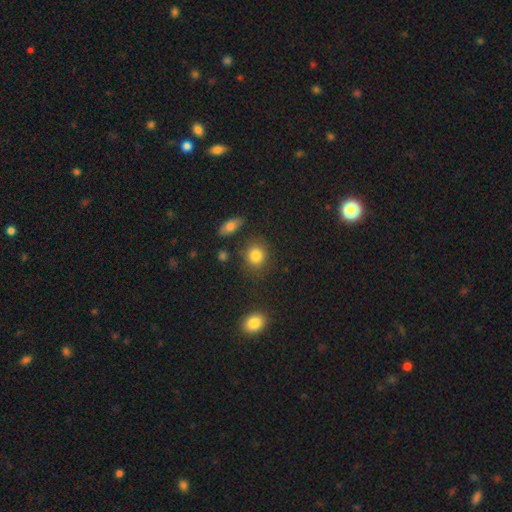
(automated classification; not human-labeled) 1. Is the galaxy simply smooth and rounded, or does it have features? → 84% smooth, 10% star or artifact, 6% featured or disk.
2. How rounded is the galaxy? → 74% round, 24% in between, 1% cigar-shaped.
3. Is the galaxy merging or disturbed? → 79% none, 12% minor disturbance, 5% merger, 4% major disturbance.